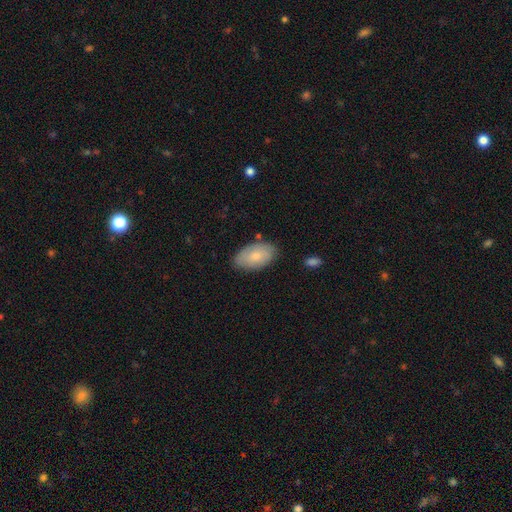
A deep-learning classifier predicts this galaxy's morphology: Q: Smooth or featured?
A: smooth (76%); runner-up: featured or disk (19%)
Q: How rounded?
A: in between (94%); runner-up: round (4%)
Q: Merging?
A: none (80%); runner-up: minor disturbance (16%)